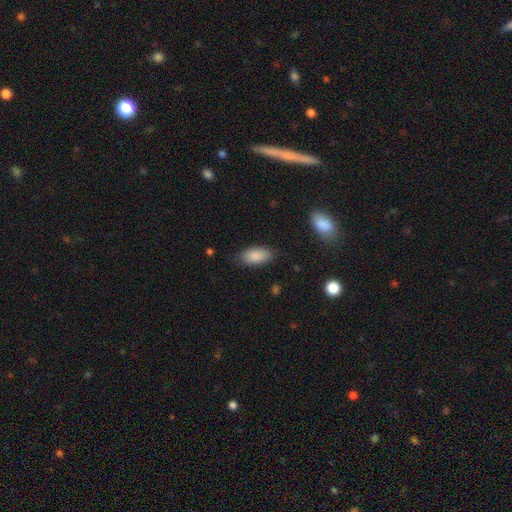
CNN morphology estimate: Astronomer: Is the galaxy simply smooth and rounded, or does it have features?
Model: smooth — 88%.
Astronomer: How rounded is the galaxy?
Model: in between — 90%.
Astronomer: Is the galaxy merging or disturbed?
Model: none — 84%.